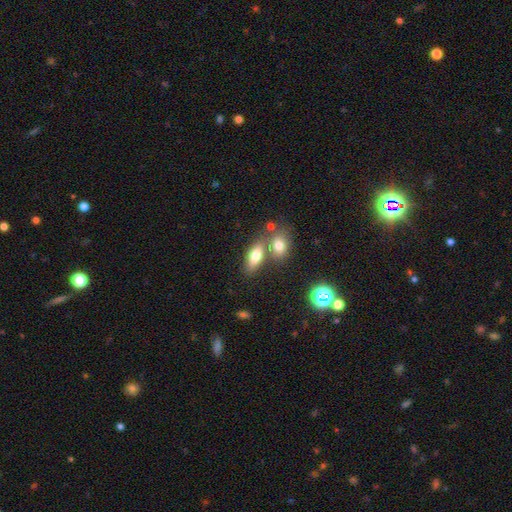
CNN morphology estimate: smooth-or-featured: smooth: 73% | featured or disk: 18% | star or artifact: 10%
  how-rounded: in between: 77% | cigar-shaped: 16% | round: 7%
  merging: none: 53% | merger: 32% | minor disturbance: 11% | major disturbance: 4%